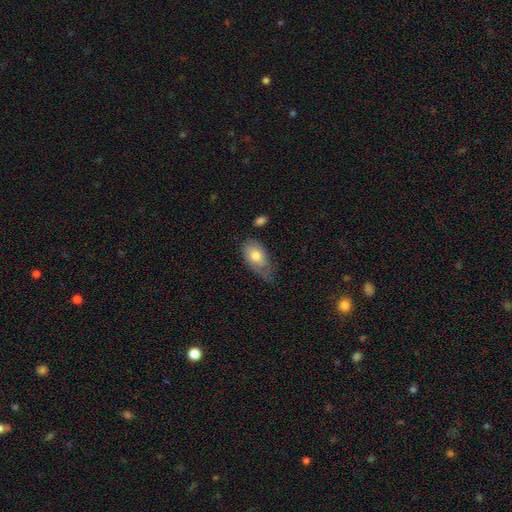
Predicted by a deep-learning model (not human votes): A smooth galaxy with no disk features (74%) that is in between round and cigar-shaped (90%). Merging: minor disturbance (41%).